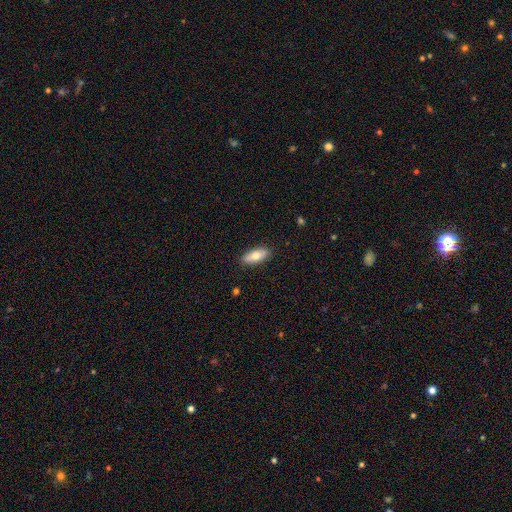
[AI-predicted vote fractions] The model was most divided on "smooth or featured": smooth: 73%, featured or disk: 21%, star or artifact: 6%. More confident: merging — none (88%); how rounded — in between (76%).